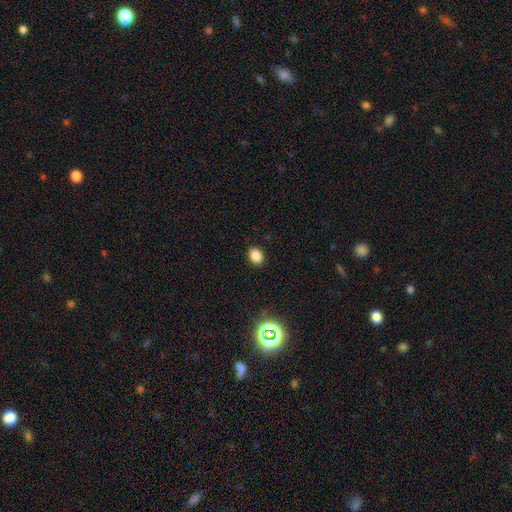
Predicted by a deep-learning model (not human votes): This is clearly a smooth galaxy (84%). How rounded: likely in between (68%). Merging: clearly none (90%).